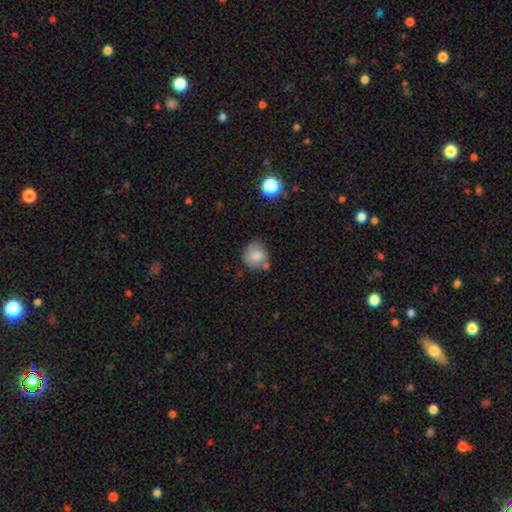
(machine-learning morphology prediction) Smooth or featured? smooth (80%)
How rounded? round (82%)
Merging? none (61%)